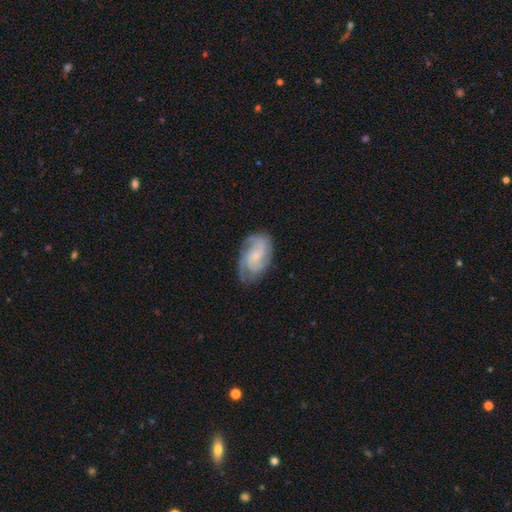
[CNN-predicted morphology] Overall: featured or disk (80%). Edge-on disk: no (97%). Bar: no (62%; weak 32%). Spiral arms: yes (96%). Spiral arm count: 3 (36%; 2 28%). Spiral winding: tight (45%; medium 44%). Bulge size: small (70%). Merging: none (72%).